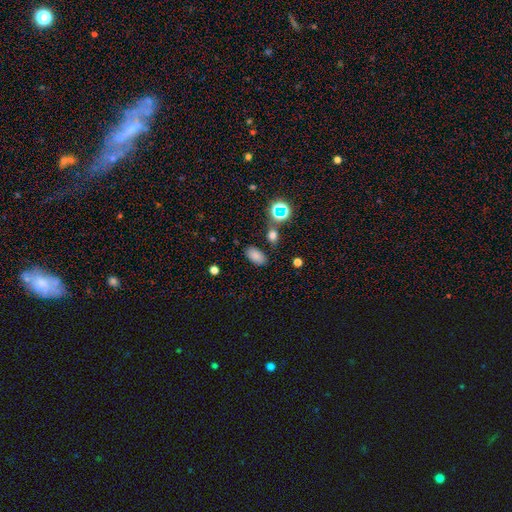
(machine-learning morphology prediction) Smooth or featured: smooth — 78% (star or artifact — 15%)
How rounded: in between — 92% (round — 6%)
Merging: none — 81% (minor disturbance — 11%)